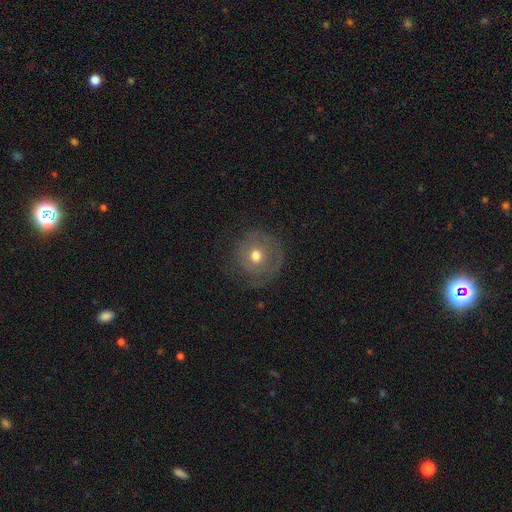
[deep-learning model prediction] Smooth or featured? smooth (53%)
How rounded? round (92%)
Merging? none (70%)